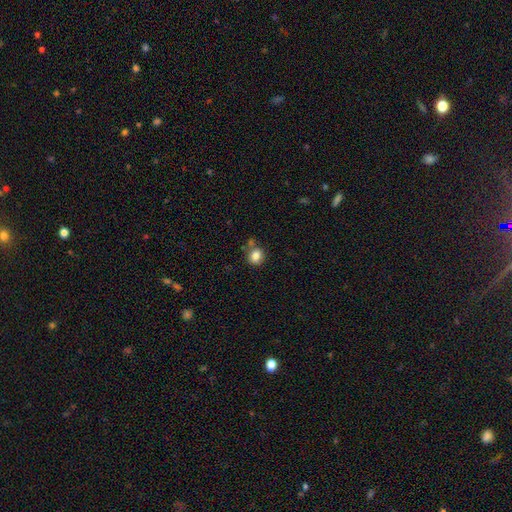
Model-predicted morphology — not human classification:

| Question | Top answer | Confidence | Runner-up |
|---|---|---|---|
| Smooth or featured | smooth | 84% | star or artifact (10%) |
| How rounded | round | 70% | in between (29%) |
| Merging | none | 67% | minor disturbance (15%) |